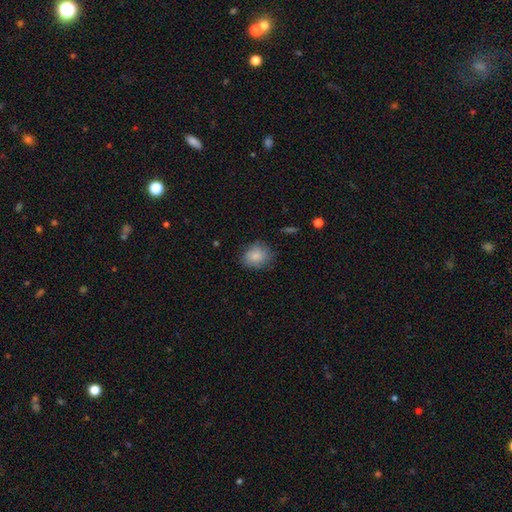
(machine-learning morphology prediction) Q: Smooth or featured?
A: smooth (82%); runner-up: featured or disk (10%)
Q: How rounded?
A: round (53%); runner-up: in between (46%)
Q: Merging?
A: none (71%); runner-up: minor disturbance (22%)